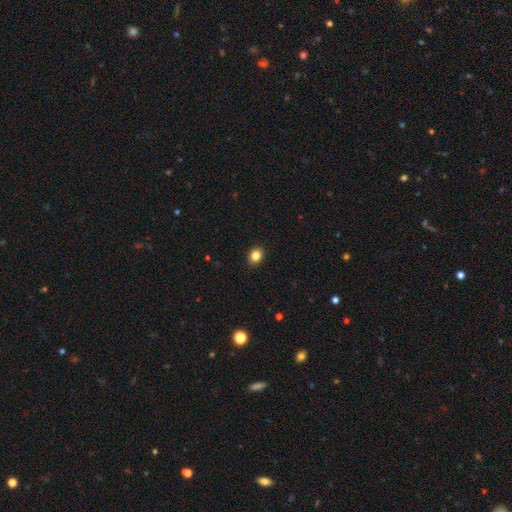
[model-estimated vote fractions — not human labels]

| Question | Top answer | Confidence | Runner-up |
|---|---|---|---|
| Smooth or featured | smooth | 84% | star or artifact (11%) |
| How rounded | round | 62% | in between (37%) |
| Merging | none | 91% | minor disturbance (6%) |